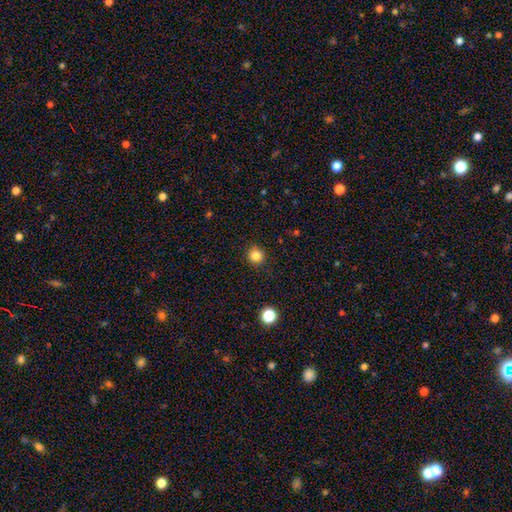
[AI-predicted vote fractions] This appears to be a smooth galaxy with no disk features (83%) that is round (92%). Merging: none (90%).